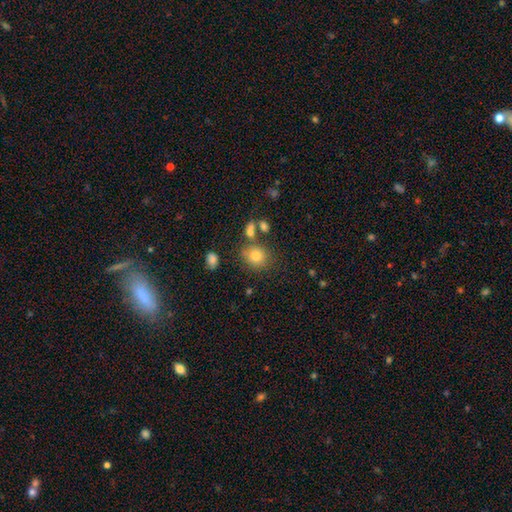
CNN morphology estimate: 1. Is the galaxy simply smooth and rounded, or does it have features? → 78% smooth, 13% star or artifact, 9% featured or disk.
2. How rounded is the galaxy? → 75% round, 24% in between, 1% cigar-shaped.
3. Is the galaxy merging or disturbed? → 70% none, 13% minor disturbance, 12% merger, 5% major disturbance.